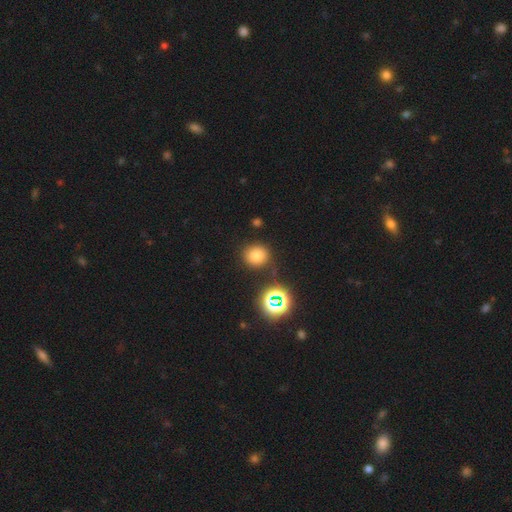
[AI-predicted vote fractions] Smooth or featured? smooth (74%)
How rounded? round (84%)
Merging? none (82%)